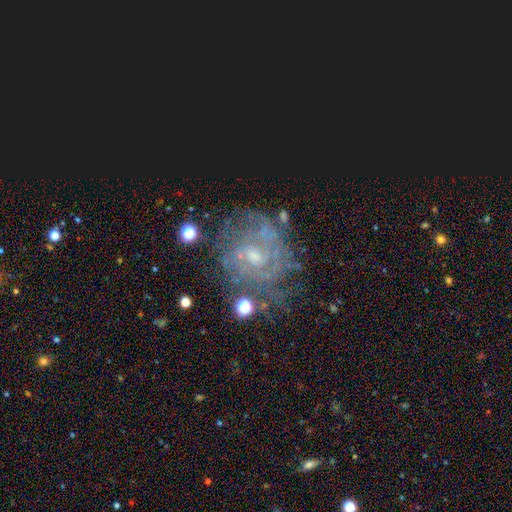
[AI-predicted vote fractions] This appears to be a featured or disk galaxy (73%) with no bar (54%), tight (64%) spiral arms (82%) and a small central bulge (63%). Merging: none (65%).